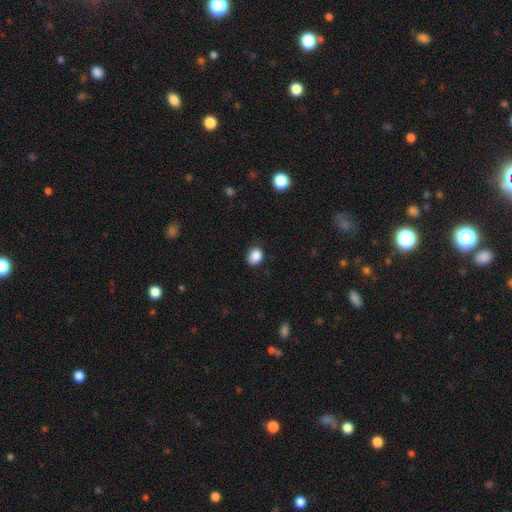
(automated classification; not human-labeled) smooth 86%, star or artifact 10%, featured or disk 4%. Down the decision tree: how rounded — round (54%); merging — none (75%).